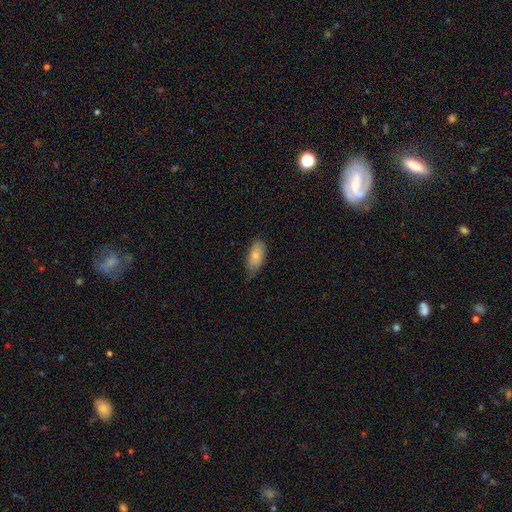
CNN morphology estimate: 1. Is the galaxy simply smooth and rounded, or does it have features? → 80% smooth, 14% featured or disk, 6% star or artifact.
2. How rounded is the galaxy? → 90% in between, 7% cigar-shaped, 3% round.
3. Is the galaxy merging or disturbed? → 61% none, 32% minor disturbance, 5% major disturbance, 1% merger.